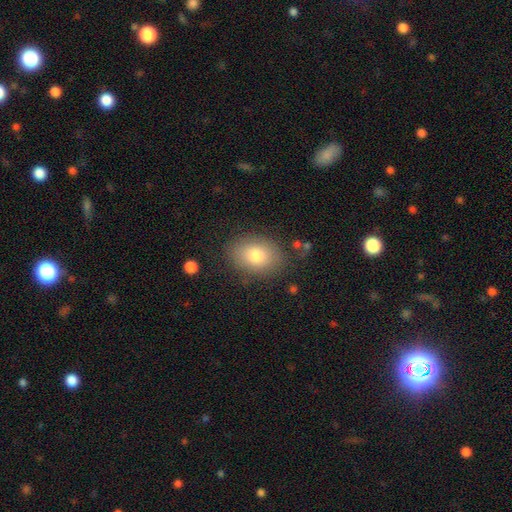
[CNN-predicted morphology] Overall: smooth (79%). How rounded: in between (76%). Merging: none (83%).